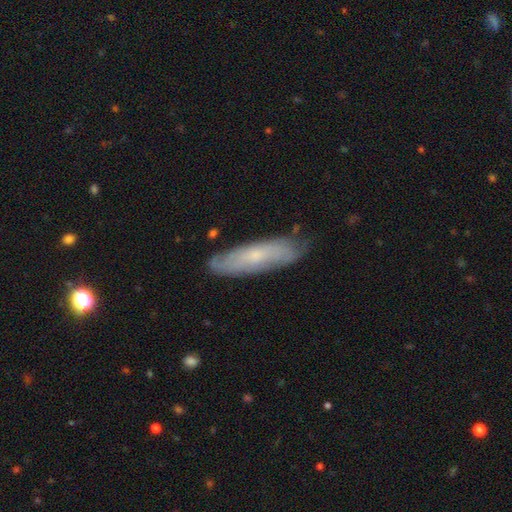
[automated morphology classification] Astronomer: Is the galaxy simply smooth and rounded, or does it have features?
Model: smooth — 50% (runner-up: featured or disk, 44%).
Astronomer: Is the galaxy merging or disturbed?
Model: none — 76%.